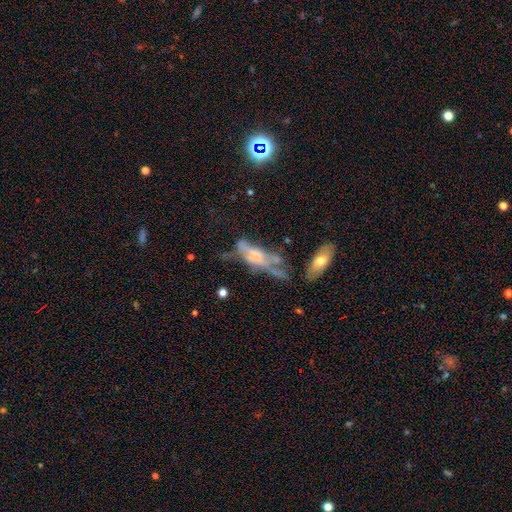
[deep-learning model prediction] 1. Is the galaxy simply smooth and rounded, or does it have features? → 56% featured or disk, 33% smooth, 11% star or artifact.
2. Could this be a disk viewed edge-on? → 52% no, 48% yes.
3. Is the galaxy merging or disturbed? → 31% major disturbance, 26% none, 22% merger, 21% minor disturbance.